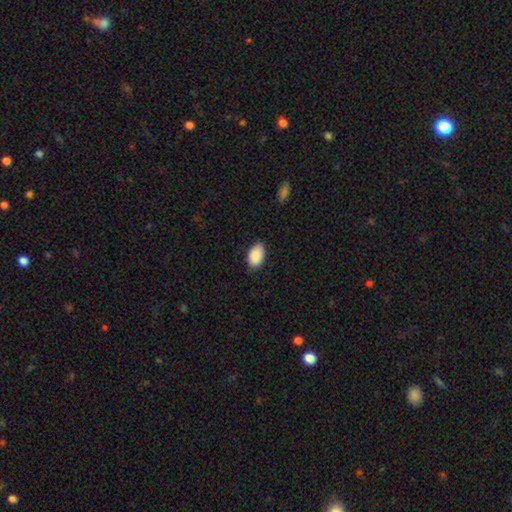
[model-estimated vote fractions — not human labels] A smooth galaxy with no disk features (91%) that is in between round and cigar-shaped (93%). Merging: none (84%).